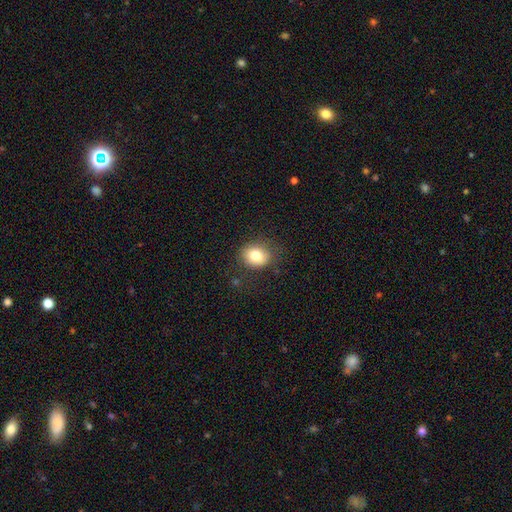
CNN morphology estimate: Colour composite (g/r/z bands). It shows a smooth galaxy with no disk features (80%) that is round (56%). Merging: none (79%).